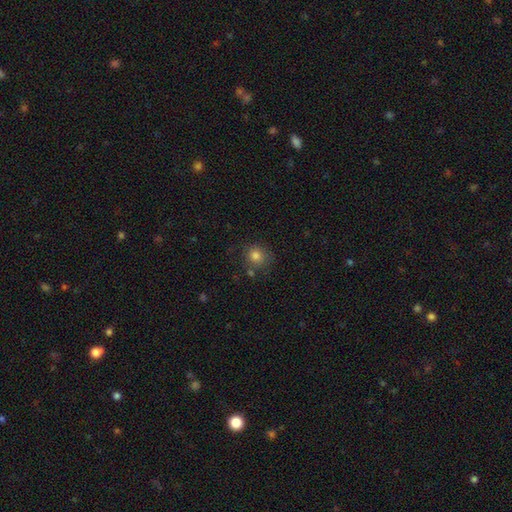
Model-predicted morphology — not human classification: smooth 81%, star or artifact 12%, featured or disk 8%. Down the decision tree: how rounded — round (83%); merging — none (73%).